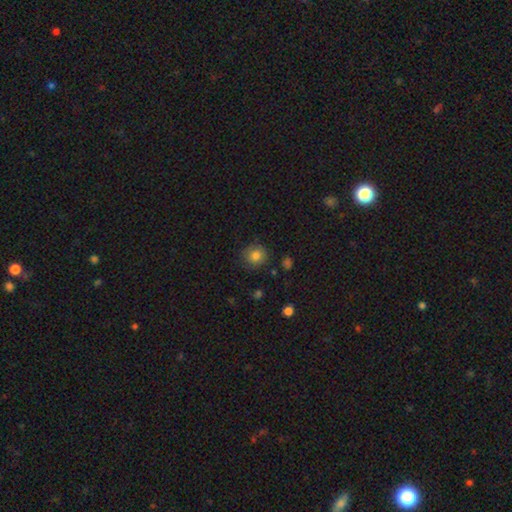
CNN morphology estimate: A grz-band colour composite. It shows a smooth galaxy with no disk features (81%) that is round (90%). Merging: none (86%).